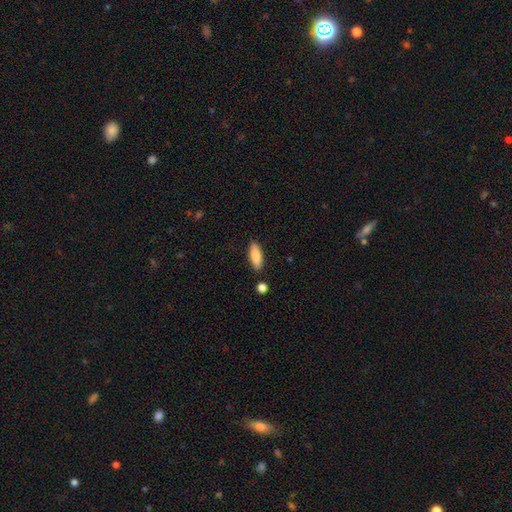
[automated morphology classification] Smooth or featured: smooth — 81% (featured or disk — 13%)
How rounded: in between — 61% (cigar-shaped — 37%)
Merging: none — 85% (minor disturbance — 10%)